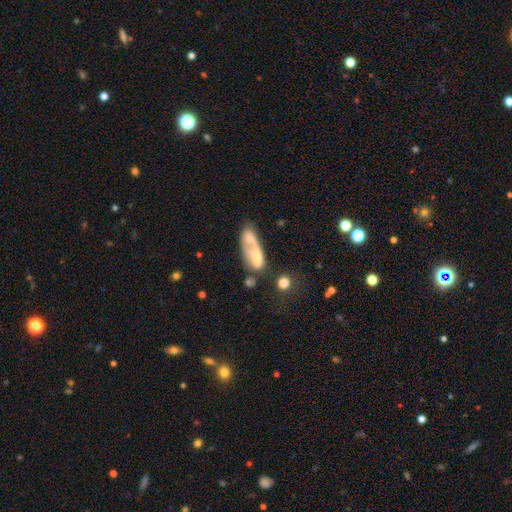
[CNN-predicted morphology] Smooth or featured?
  - smooth: 58% *
  - featured or disk: 33%
  - star or artifact: 8%
How rounded?
  - in between: 75% *
  - cigar-shaped: 20%
  - round: 5%
Merging?
  - merger: 36% *
  - major disturbance: 26%
  - none: 22%
  - minor disturbance: 16%